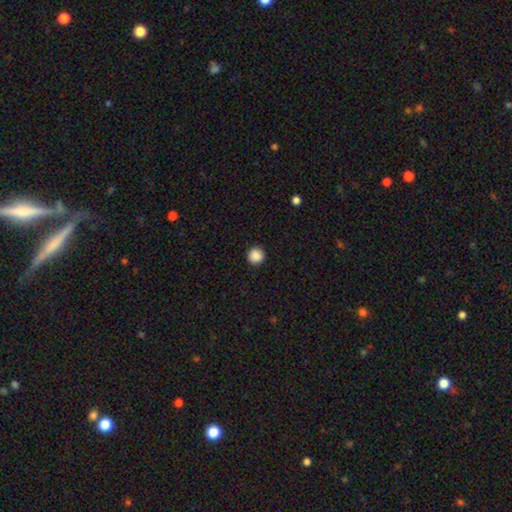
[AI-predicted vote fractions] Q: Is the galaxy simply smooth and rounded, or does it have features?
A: smooth — 88%.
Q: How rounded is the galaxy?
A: round — 96%.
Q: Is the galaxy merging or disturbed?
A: none — 93%.